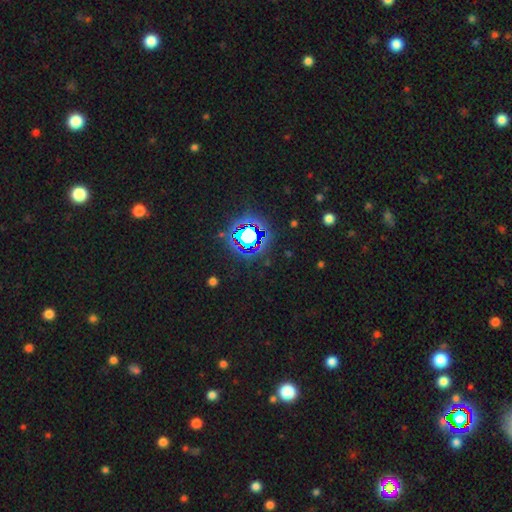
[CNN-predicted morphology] This appears to be a star or artifact, not a galaxy (82%).